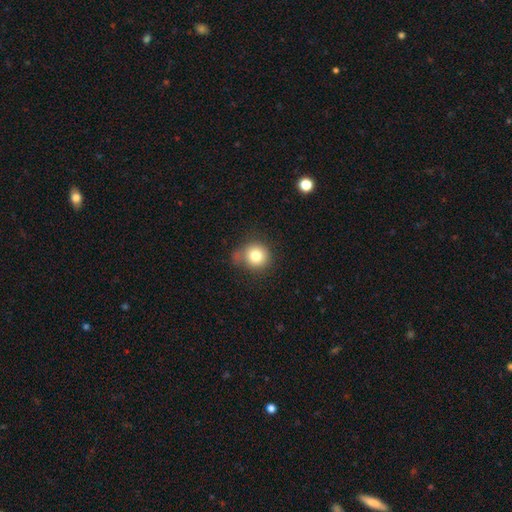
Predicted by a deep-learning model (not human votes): A smooth galaxy with no disk features (79%) that is round (89%).

Vote fractions:
- Smooth or featured? smooth: 79% / star or artifact: 11% / featured or disk: 10%
- How rounded? round: 89% / in between: 10% / cigar-shaped: 1%
- Merging? none: 60% / minor disturbance: 25% / major disturbance: 9% / merger: 6%